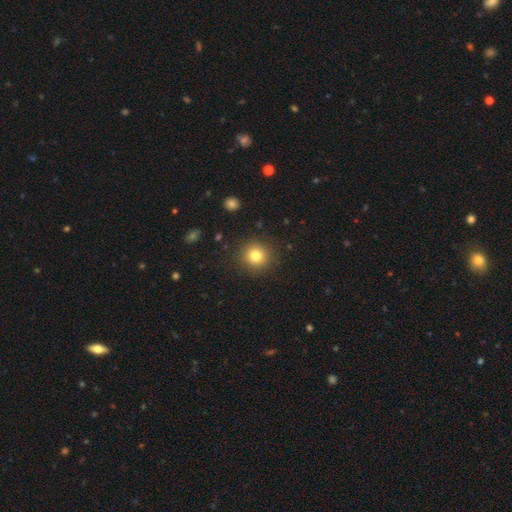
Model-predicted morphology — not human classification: smooth-or-featured: smooth: 81% | star or artifact: 12% | featured or disk: 7%
  how-rounded: round: 93% | in between: 6% | cigar-shaped: 1%
  merging: none: 89% | minor disturbance: 7% | major disturbance: 3% | merger: 1%